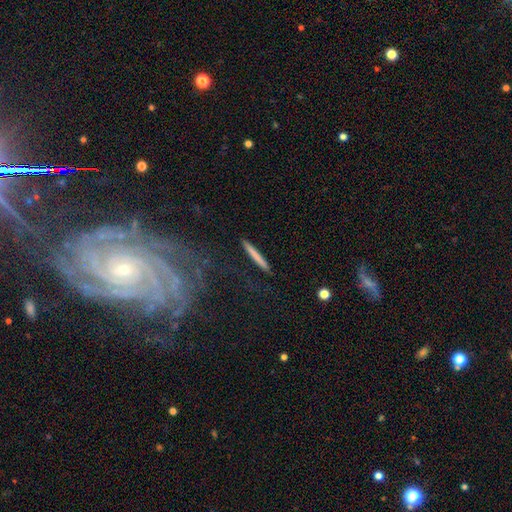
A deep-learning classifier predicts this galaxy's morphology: This appears to be a smooth galaxy with no disk features (69%) that is cigar-shaped (96%). Merging: none (89%).